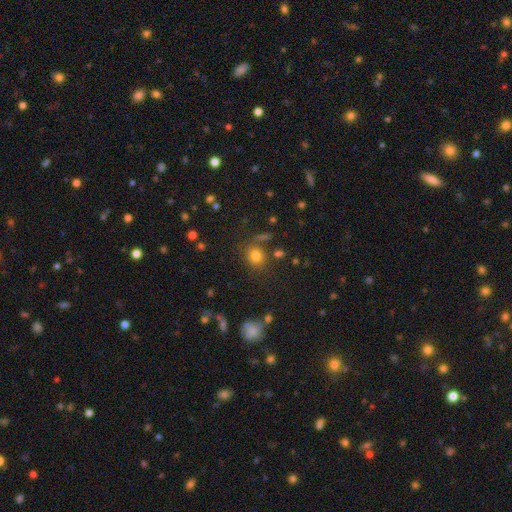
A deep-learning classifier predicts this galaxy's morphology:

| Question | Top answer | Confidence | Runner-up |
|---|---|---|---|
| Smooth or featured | smooth | 77% | star or artifact (15%) |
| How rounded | round | 80% | in between (19%) |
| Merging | none | 75% | minor disturbance (12%) |